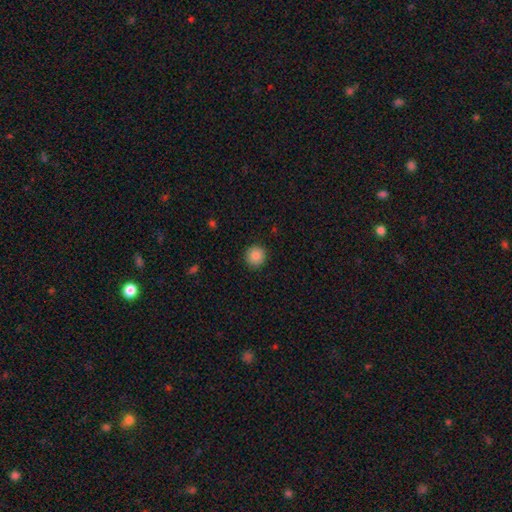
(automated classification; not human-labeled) This is clearly a smooth galaxy (87%). How rounded: clearly round (94%). Merging: clearly none (91%).